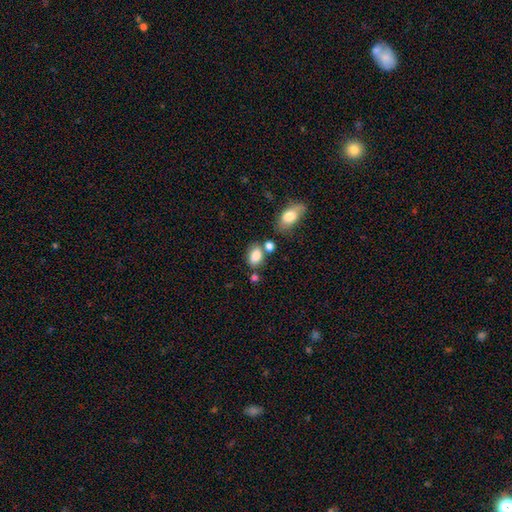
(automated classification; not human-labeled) Q: Smooth or featured?
A: smooth (84%); runner-up: star or artifact (9%)
Q: How rounded?
A: in between (83%); runner-up: round (15%)
Q: Merging?
A: none (59%); runner-up: merger (20%)